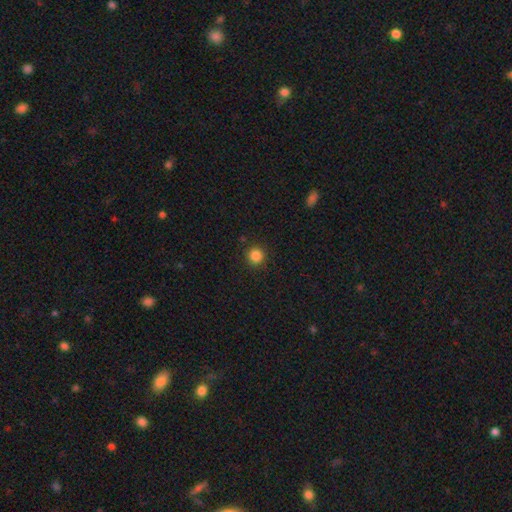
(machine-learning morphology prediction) Overall: smooth (84%). How rounded: round (94%). Merging: none (91%).